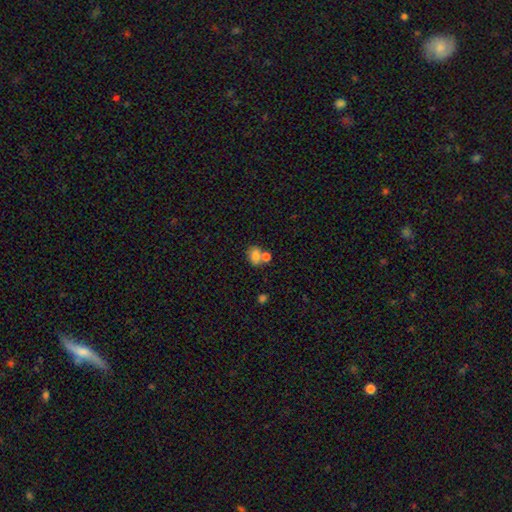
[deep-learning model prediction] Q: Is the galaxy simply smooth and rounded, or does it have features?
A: smooth — 77%.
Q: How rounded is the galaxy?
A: in between — 61%.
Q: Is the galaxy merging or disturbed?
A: none — 48%.